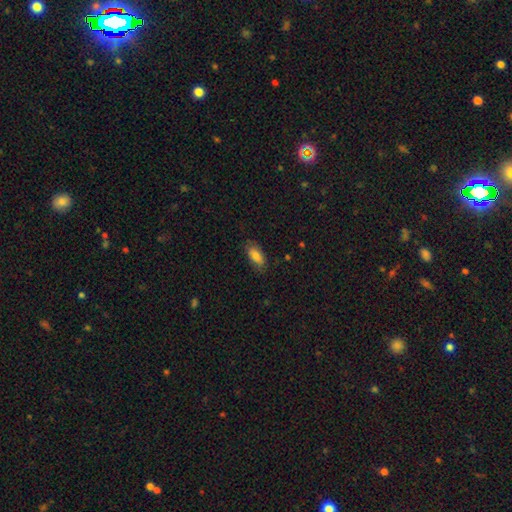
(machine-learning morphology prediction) A smooth galaxy with no disk features (81%) that is in between round and cigar-shaped (85%). Merging: none (78%).